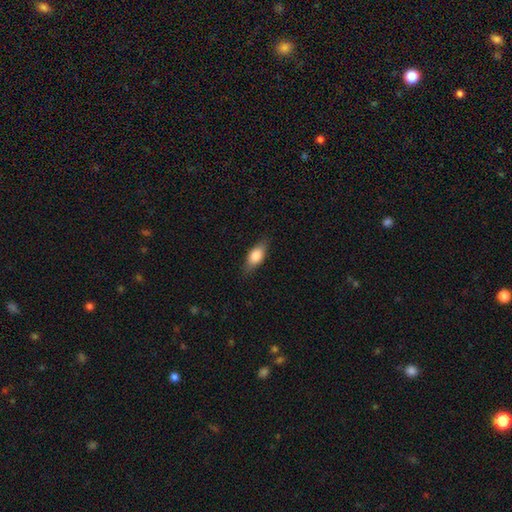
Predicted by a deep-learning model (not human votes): Q: Smooth or featured?
A: smooth (75%); runner-up: featured or disk (18%)
Q: How rounded?
A: in between (78%); runner-up: cigar-shaped (17%)
Q: Merging?
A: none (82%); runner-up: minor disturbance (14%)